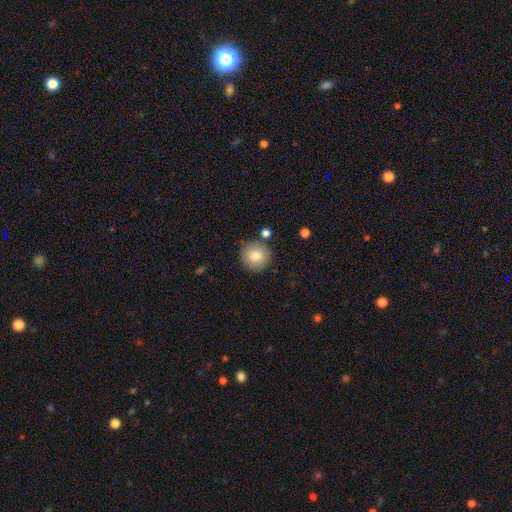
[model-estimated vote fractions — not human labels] Smooth or featured? smooth (85%)
How rounded? round (93%)
Merging? none (82%)